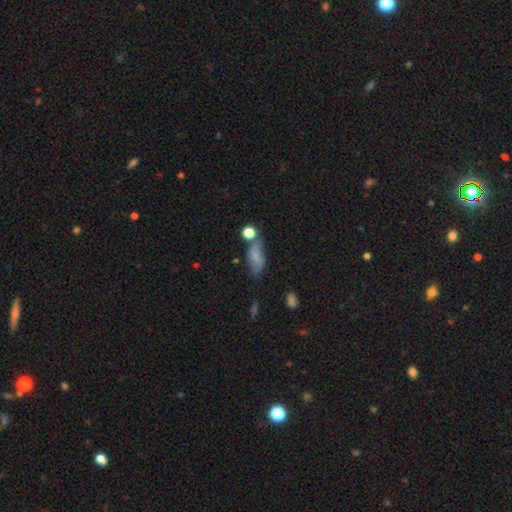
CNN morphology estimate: smooth_or_featured: smooth (p=0.67) [alt: featured or disk p=0.22]
how_rounded: in between (p=0.74) [alt: cigar-shaped p=0.18]
merging: none (p=0.51) [alt: minor disturbance p=0.25]